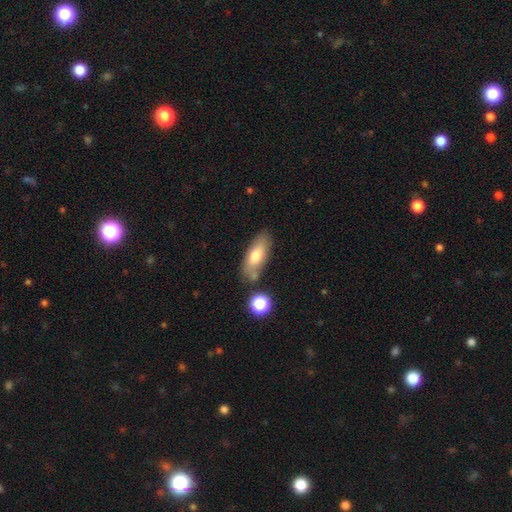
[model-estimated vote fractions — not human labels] Smooth or featured? Predicted: smooth (p=0.71). How rounded? Predicted: in between (p=0.75). Merging? Predicted: none (p=0.69).